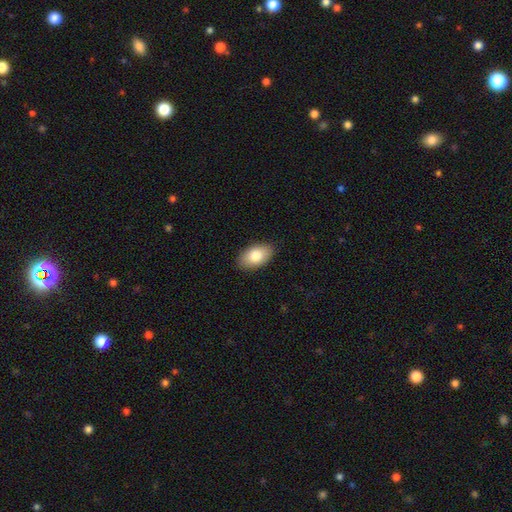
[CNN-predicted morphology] smooth-or-featured: smooth: 81% | featured or disk: 12% | star or artifact: 7%
  how-rounded: in between: 93% | round: 6% | cigar-shaped: 2%
  merging: none: 88% | minor disturbance: 9% | major disturbance: 2% | merger: 1%